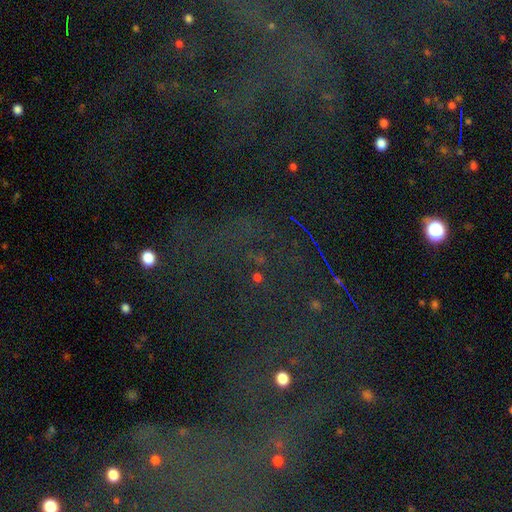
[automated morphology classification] smooth_or_featured: star or artifact (p=0.73) [alt: featured or disk p=0.15]